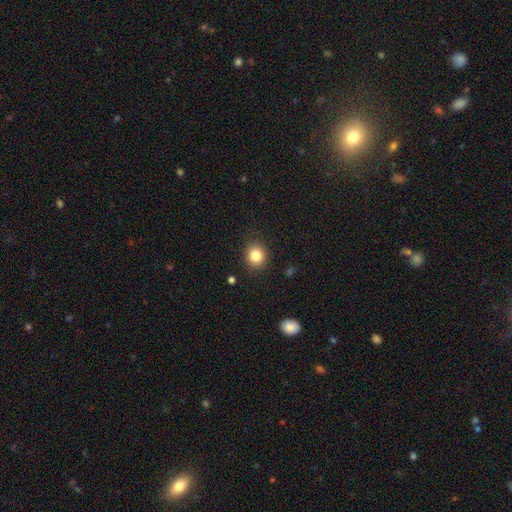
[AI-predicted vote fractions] Smooth or featured: smooth — 84% (star or artifact — 10%)
How rounded: round — 80% (in between — 19%)
Merging: none — 88% (minor disturbance — 8%)